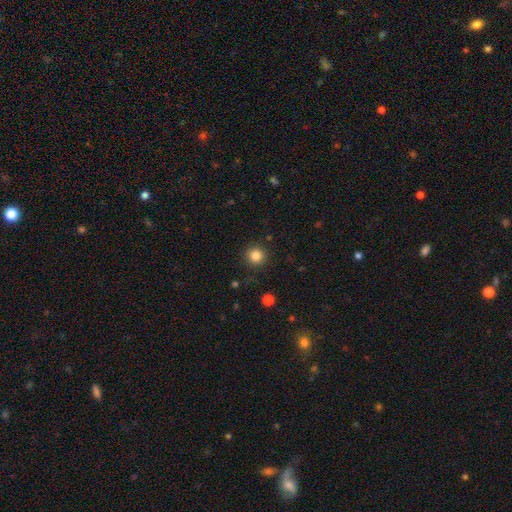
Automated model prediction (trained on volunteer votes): Morphology: type=smooth (84%); roundness=round (95%); merging=none (91%).